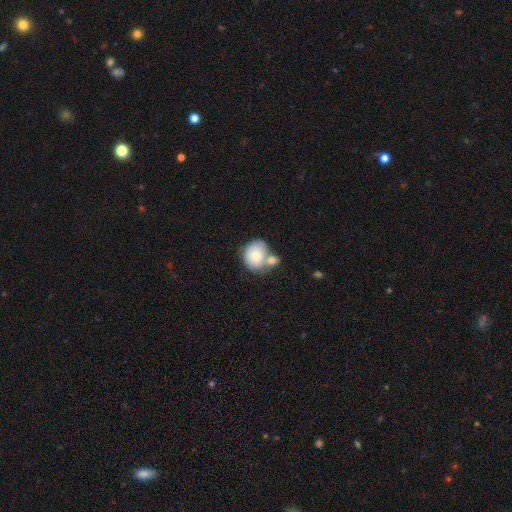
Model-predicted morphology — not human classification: Smooth or featured? Predicted: smooth (p=0.73). How rounded? Predicted: round (p=0.63). Merging? Predicted: merger (p=0.50).